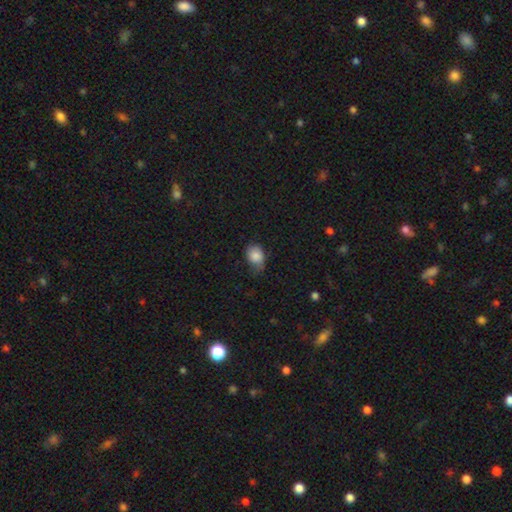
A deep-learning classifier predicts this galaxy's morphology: This appears to be a smooth galaxy with no disk features (84%) that is in between round and cigar-shaped (66%). Merging: none (51%).